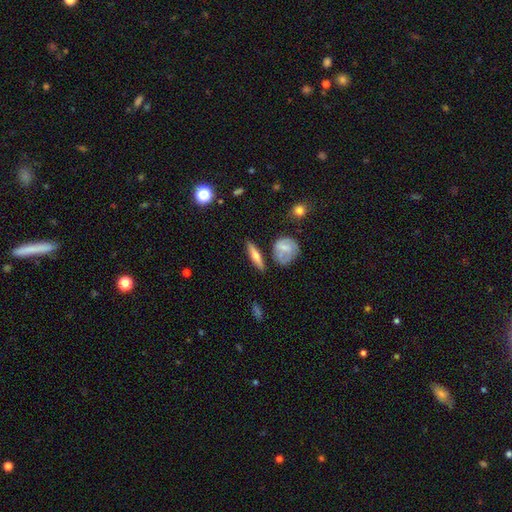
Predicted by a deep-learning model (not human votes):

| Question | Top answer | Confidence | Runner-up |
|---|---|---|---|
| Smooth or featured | featured or disk | 48% | smooth (44%) |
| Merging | none | 78% | minor disturbance (12%) |